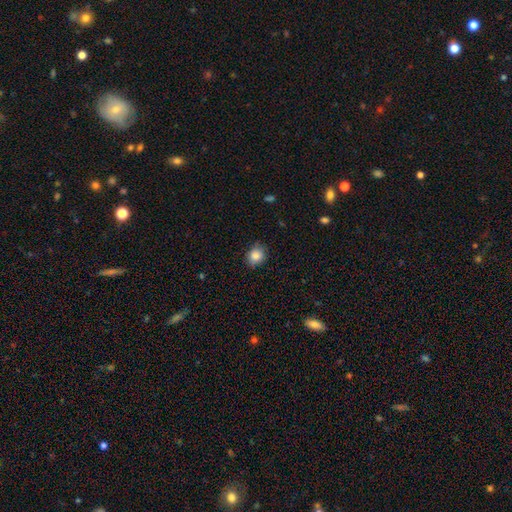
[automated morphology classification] Smooth or featured: smooth — 86% (star or artifact — 9%)
How rounded: round — 61% (in between — 38%)
Merging: none — 81% (minor disturbance — 15%)